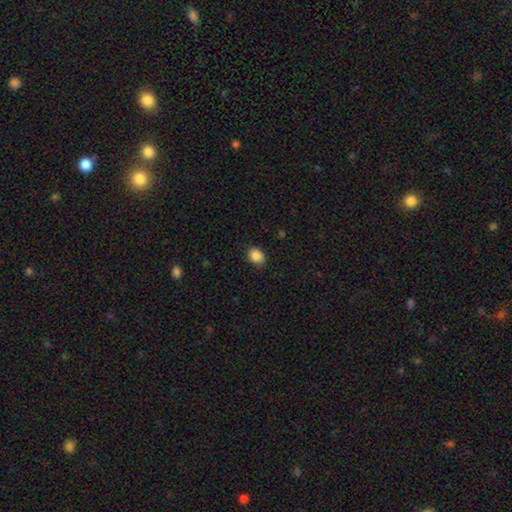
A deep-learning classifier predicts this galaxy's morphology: smooth_or_featured: smooth (p=0.88) [alt: star or artifact p=0.09]
how_rounded: in between (p=0.63) [alt: round p=0.36]
merging: none (p=0.84) [alt: minor disturbance p=0.12]